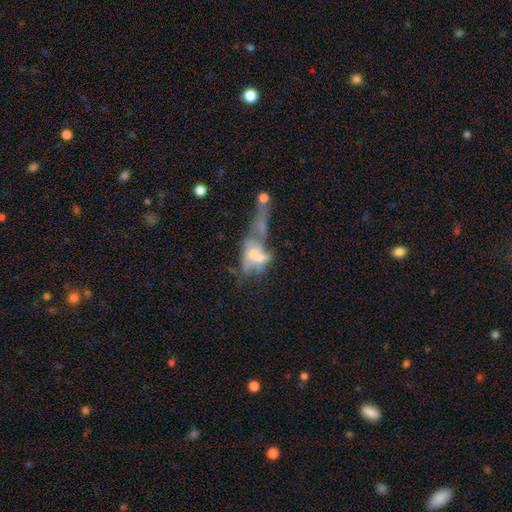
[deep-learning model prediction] Overall: featured or disk (46%; smooth 42%). Merging: merger (53%; major disturbance 25%).